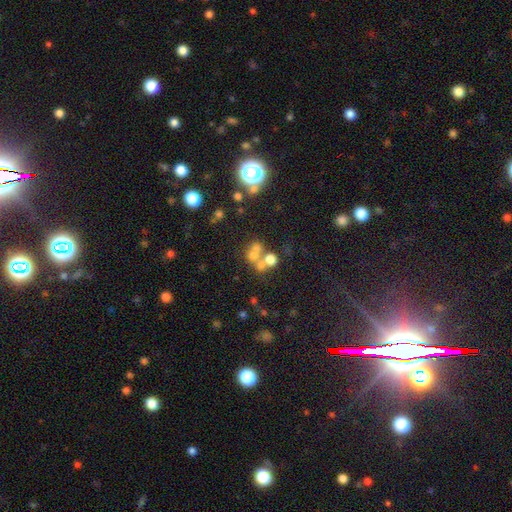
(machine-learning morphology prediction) This is possibly a smooth galaxy (49%). Merging: possibly merger (48%).